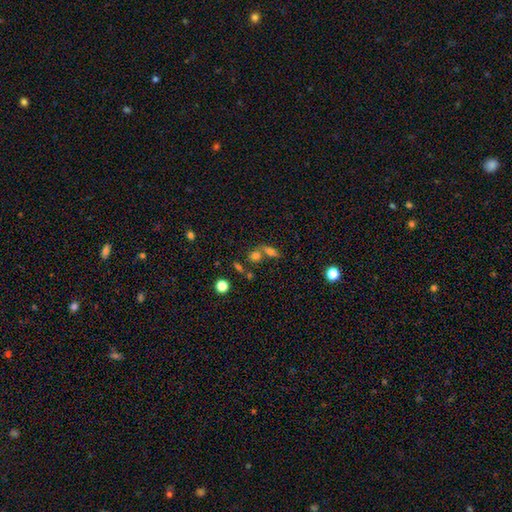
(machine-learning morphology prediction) Overall: smooth (69%). How rounded: round (49%; in between 43%). Merging: merger (46%; none 40%).